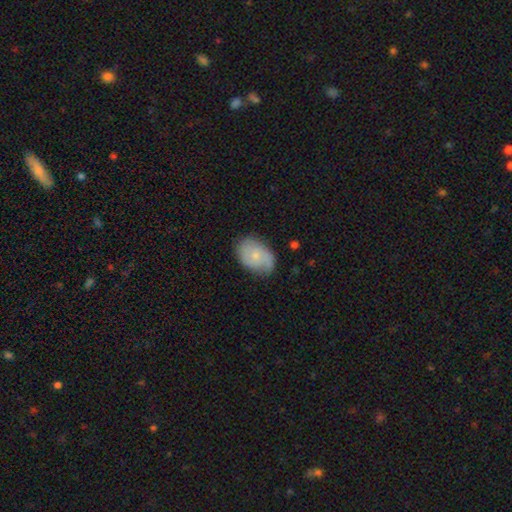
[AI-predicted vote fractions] Smooth or featured? Predicted: smooth (p=0.55). How rounded? Predicted: in between (p=0.82). Merging? Predicted: none (p=0.67).